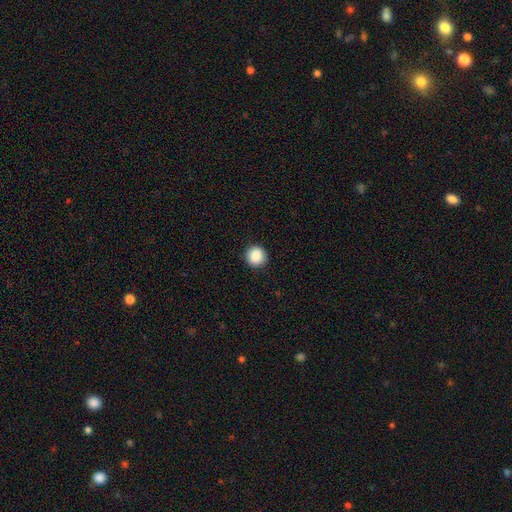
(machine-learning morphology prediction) This appears to be a smooth galaxy with no disk features (88%) that is round (91%). Merging: none (91%).